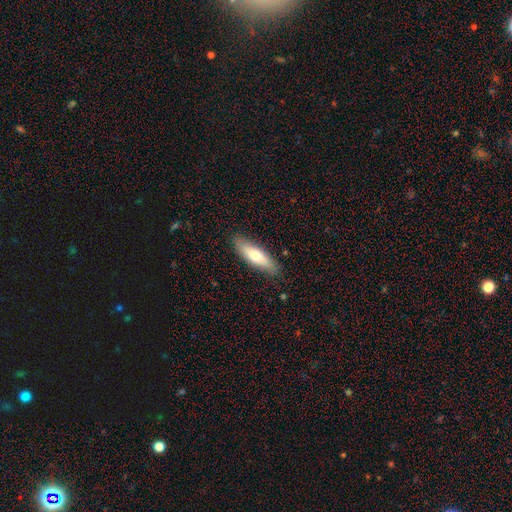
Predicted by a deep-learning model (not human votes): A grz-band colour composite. It shows a smooth galaxy with no disk features (63%) that is cigar-shaped (53%). Merging: none (86%).